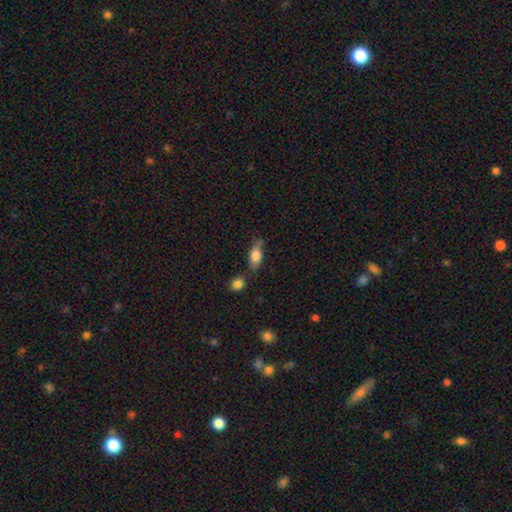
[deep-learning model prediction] Smooth or featured: smooth — 74% (featured or disk — 19%)
How rounded: in between — 78% (cigar-shaped — 15%)
Merging: none — 55% (minor disturbance — 25%)